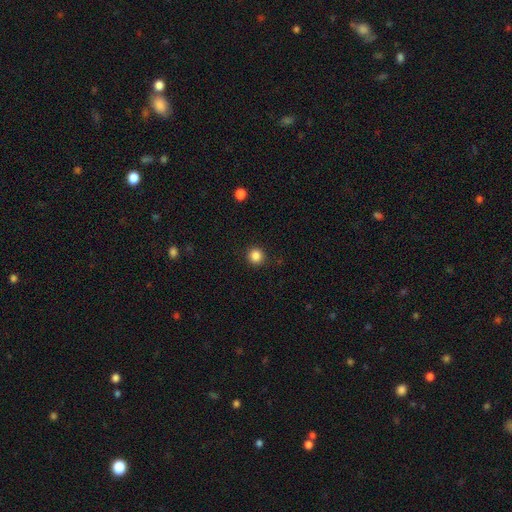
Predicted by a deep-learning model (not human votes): This is clearly a smooth galaxy (86%). How rounded: clearly round (94%). Merging: clearly none (91%).